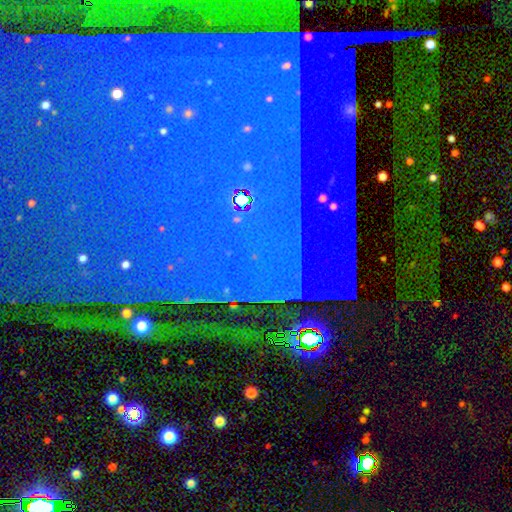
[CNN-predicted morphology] Overall: star or artifact (85%).